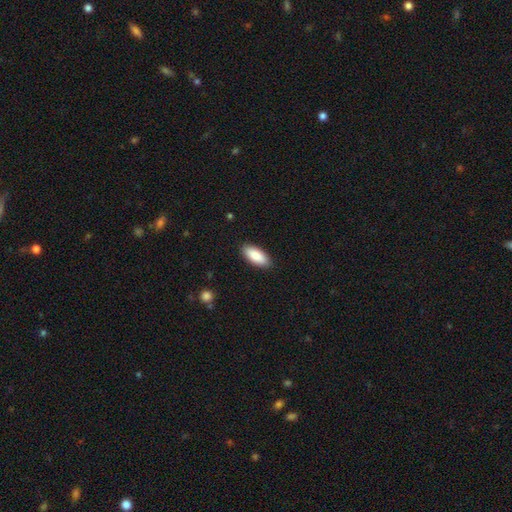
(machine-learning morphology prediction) A smooth galaxy with no disk features (88%) that is in between round and cigar-shaped (88%).

Vote fractions:
- Smooth or featured? smooth: 88% / featured or disk: 7% / star or artifact: 6%
- How rounded? in between: 88% / cigar-shaped: 11% / round: 2%
- Merging? none: 89% / minor disturbance: 8% / major disturbance: 2% / merger: 1%